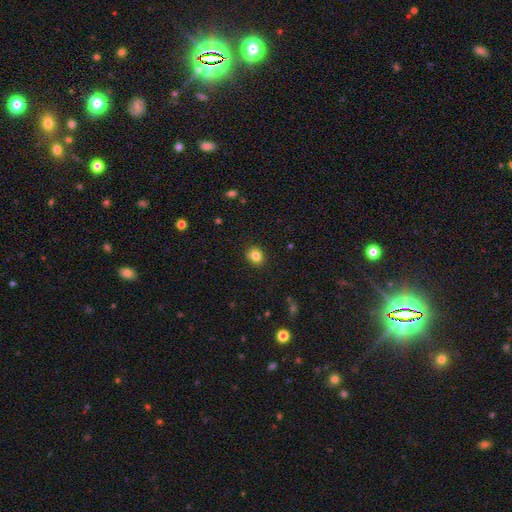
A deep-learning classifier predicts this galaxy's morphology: type=smooth (82%); roundness=round (69%); merging=none (86%).